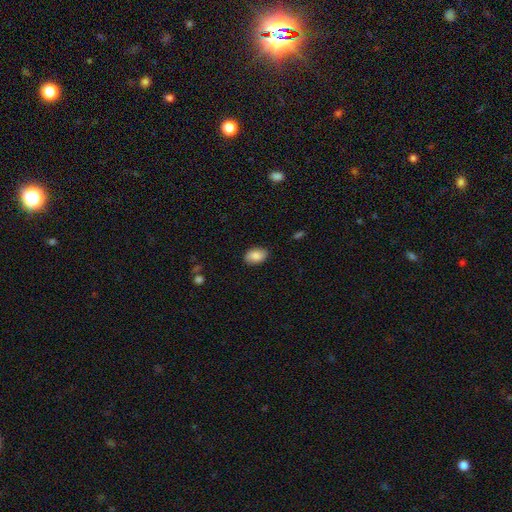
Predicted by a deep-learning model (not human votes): Smooth or featured: smooth — 85% (featured or disk — 8%)
How rounded: in between — 90% (round — 9%)
Merging: none — 86% (minor disturbance — 11%)